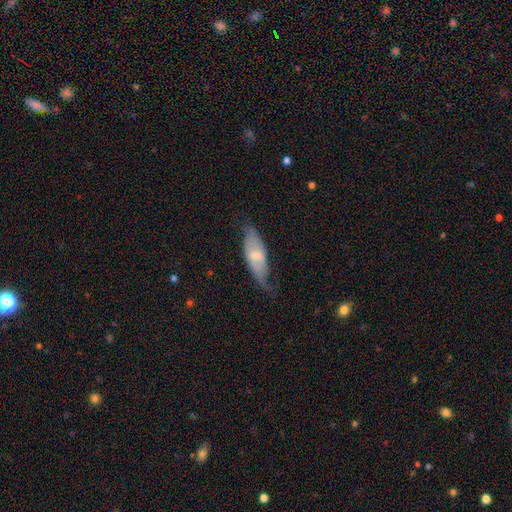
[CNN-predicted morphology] Smooth or featured?
  - smooth: 48% *
  - featured or disk: 45%
  - star or artifact: 7%
Merging?
  - none: 49% *
  - minor disturbance: 34%
  - major disturbance: 15%
  - merger: 2%